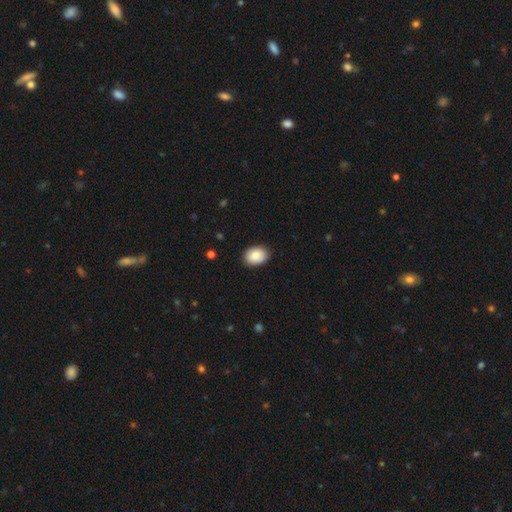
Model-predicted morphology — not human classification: Smooth or featured? Predicted: smooth (p=0.87). How rounded? Predicted: in between (p=0.72). Merging? Predicted: none (p=0.88).